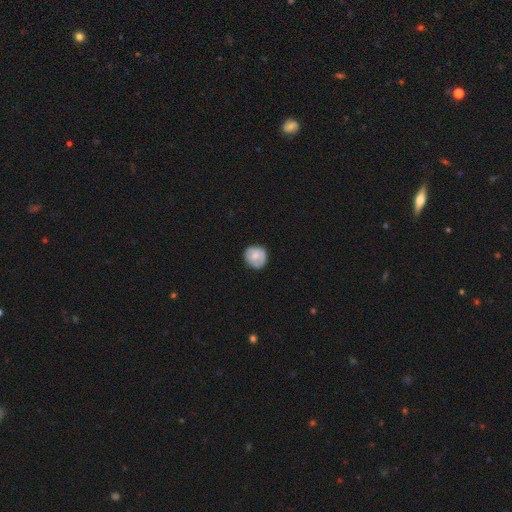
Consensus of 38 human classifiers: Smooth or featured? smooth (74%)
How rounded? round (82%)
Merging? none (68%)